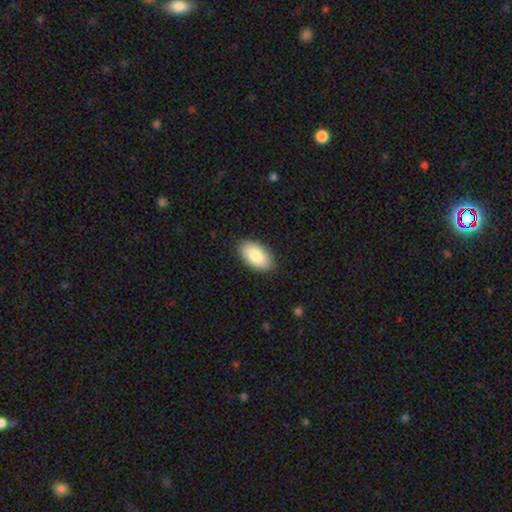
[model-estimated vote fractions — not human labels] Smooth or featured? Predicted: smooth (p=0.85). How rounded? Predicted: in between (p=0.95). Merging? Predicted: none (p=0.88).